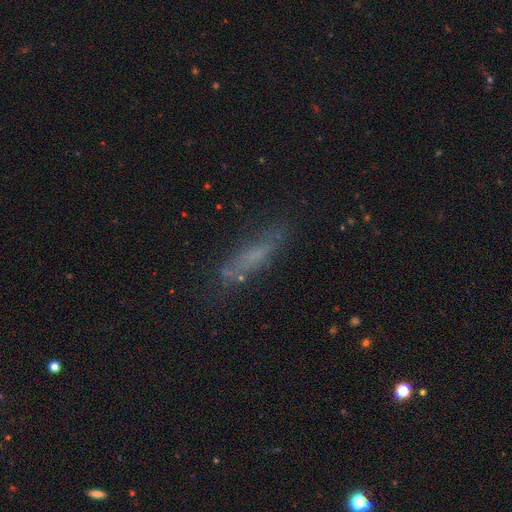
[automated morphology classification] Smooth or featured? Predicted: smooth (p=0.40, tied with featured or disk). Merging? Predicted: none (p=0.71).